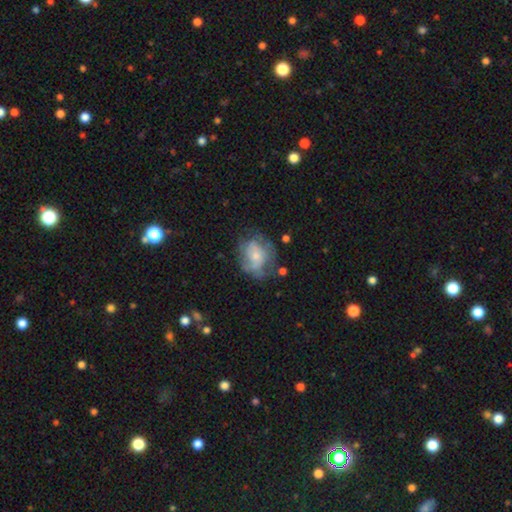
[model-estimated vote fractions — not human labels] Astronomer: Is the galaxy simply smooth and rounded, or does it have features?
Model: featured or disk — 50% (runner-up: smooth, 41%).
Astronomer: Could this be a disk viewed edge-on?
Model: no — 97%.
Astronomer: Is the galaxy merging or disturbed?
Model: none — 48% (runner-up: minor disturbance, 26%).